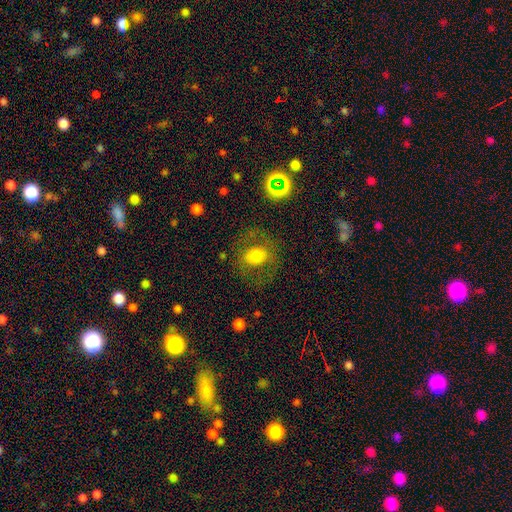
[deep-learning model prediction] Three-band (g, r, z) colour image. It shows a smooth galaxy with no disk features (61%) that is round (60%). Merging: none (73%).